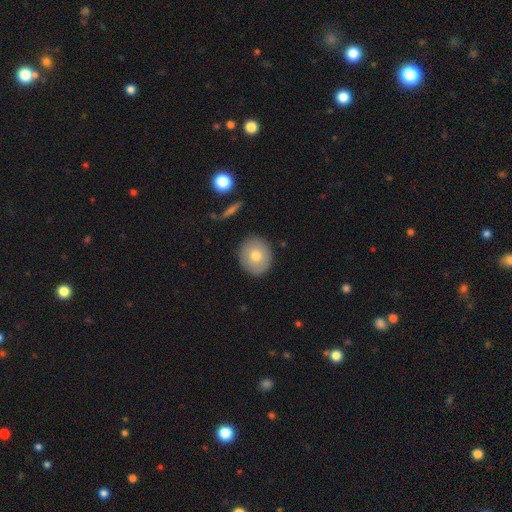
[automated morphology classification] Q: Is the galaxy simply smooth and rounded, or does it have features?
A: smooth — 72%.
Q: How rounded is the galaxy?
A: round — 75%.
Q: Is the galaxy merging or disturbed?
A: none — 88%.